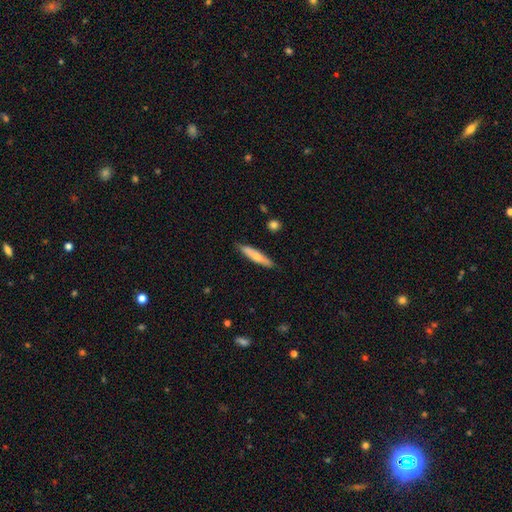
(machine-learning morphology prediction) A smooth galaxy with no disk features (65%) that is cigar-shaped (85%).

Vote fractions:
- Smooth or featured? smooth: 65% / featured or disk: 29% / star or artifact: 6%
- How rounded? cigar-shaped: 85% / in between: 14% / round: 2%
- Merging? none: 84% / minor disturbance: 12% / major disturbance: 2% / merger: 2%